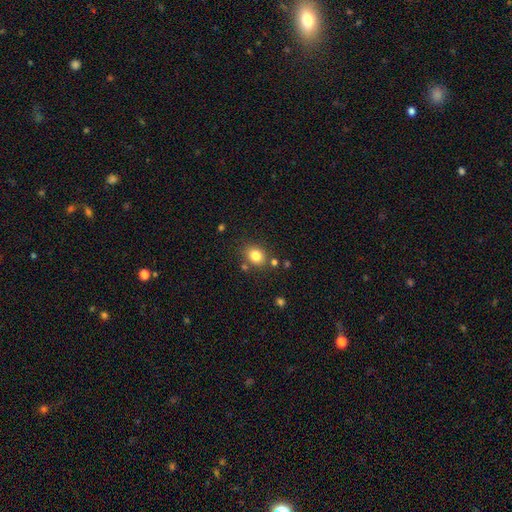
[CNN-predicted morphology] This appears to be a smooth galaxy with no disk features (81%) that is round (55%). Merging: none (78%).